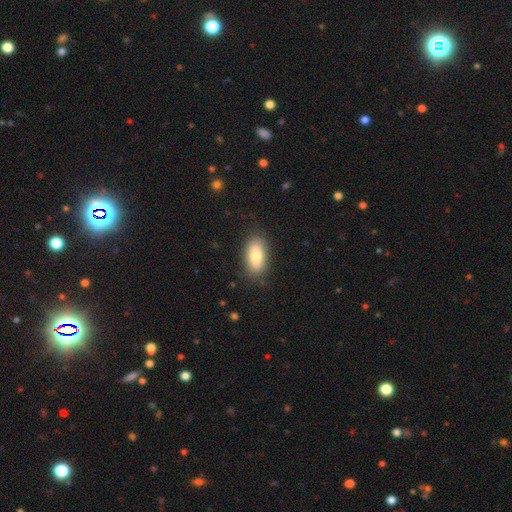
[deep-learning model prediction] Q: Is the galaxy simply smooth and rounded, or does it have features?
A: smooth — 81%.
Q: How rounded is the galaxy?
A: in between — 92%.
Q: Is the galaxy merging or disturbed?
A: none — 83%.